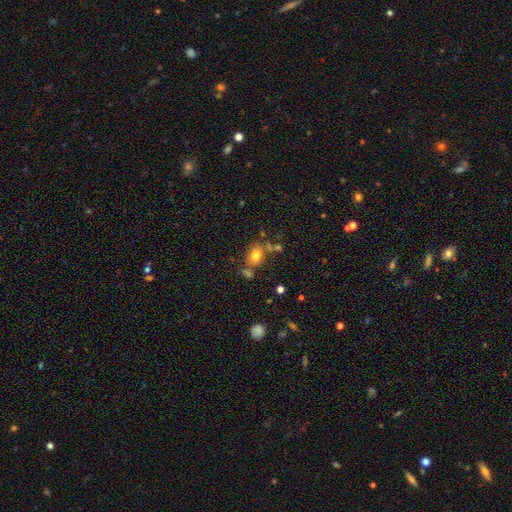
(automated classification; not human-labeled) Smooth or featured? Predicted: smooth (p=0.76). How rounded? Predicted: in between (p=0.63). Merging? Predicted: none (p=0.61).